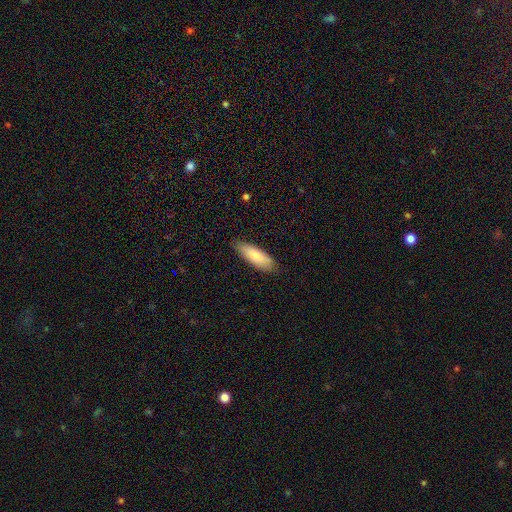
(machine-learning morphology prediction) Smooth or featured?
  - smooth: 79% *
  - featured or disk: 15%
  - star or artifact: 6%
How rounded?
  - in between: 60% *
  - cigar-shaped: 39%
  - round: 2%
Merging?
  - none: 81% *
  - minor disturbance: 15%
  - major disturbance: 2%
  - merger: 1%